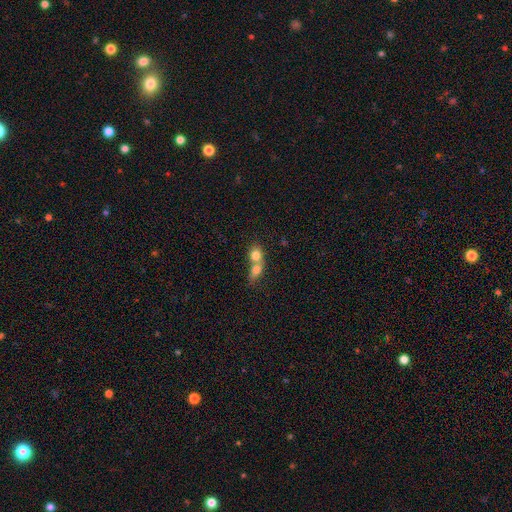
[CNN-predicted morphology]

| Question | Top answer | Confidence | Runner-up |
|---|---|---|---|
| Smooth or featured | smooth | 77% | featured or disk (14%) |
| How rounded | round | 58% | in between (40%) |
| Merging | merger | 73% | none (19%) |